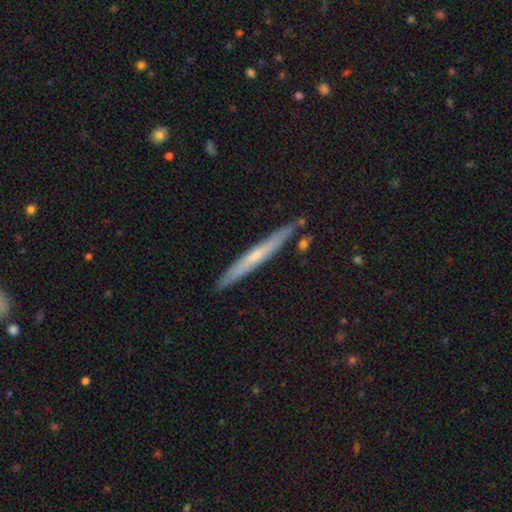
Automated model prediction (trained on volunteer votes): featured or disk 50%, smooth 44%, star or artifact 6%. Down the decision tree: edge-on disk — yes (94%); merging — none (87%).